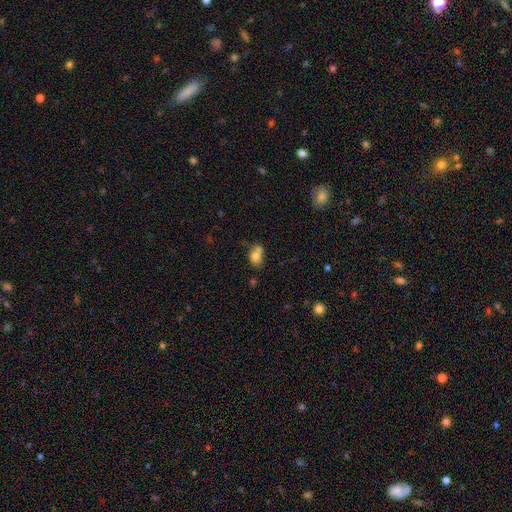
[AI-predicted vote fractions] smooth 75%, featured or disk 15%, star or artifact 10%. Down the decision tree: how rounded — in between (67%); merging — merger (41%).